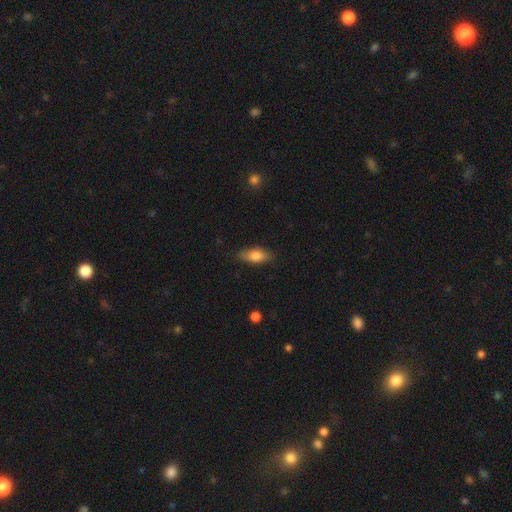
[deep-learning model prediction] smooth-or-featured: smooth: 76% | featured or disk: 17% | star or artifact: 7%
  how-rounded: in between: 77% | cigar-shaped: 19% | round: 4%
  merging: none: 84% | minor disturbance: 12% | major disturbance: 3% | merger: 1%